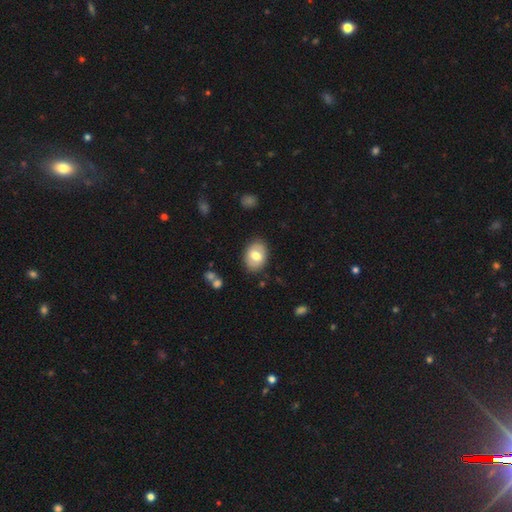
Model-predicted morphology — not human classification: Smooth or featured: smooth — 67% (featured or disk — 26%)
How rounded: in between — 76% (round — 23%)
Merging: none — 85% (minor disturbance — 11%)